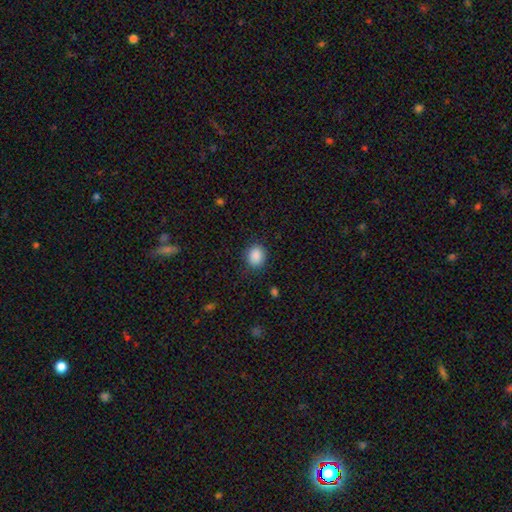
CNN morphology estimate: A smooth galaxy with no disk features (89%) that is round (59%).

Vote fractions:
- Smooth or featured? smooth: 89% / star or artifact: 8% / featured or disk: 3%
- How rounded? round: 59% / in between: 40% / cigar-shaped: 1%
- Merging? none: 86% / minor disturbance: 10% / major disturbance: 3% / merger: 1%